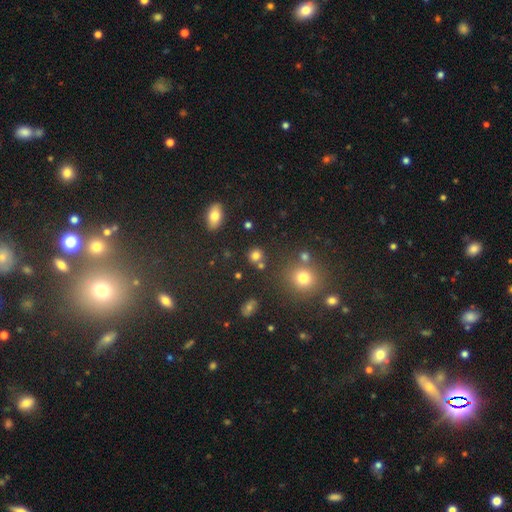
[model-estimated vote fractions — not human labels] This appears to be a smooth galaxy with no disk features (75%) that is round (84%). Merging: none (76%).